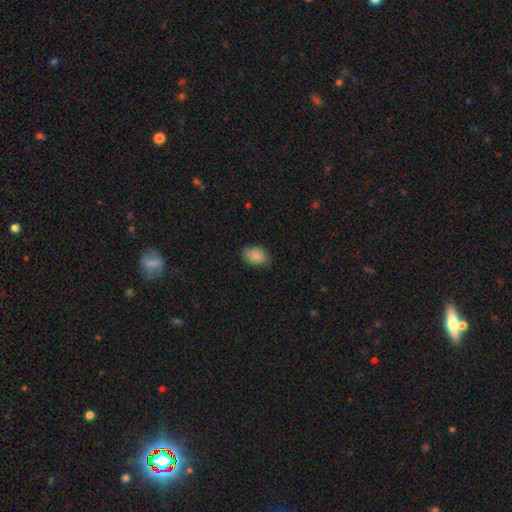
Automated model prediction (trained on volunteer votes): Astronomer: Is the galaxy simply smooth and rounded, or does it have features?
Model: smooth — 85%.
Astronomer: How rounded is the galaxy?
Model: in between — 79%.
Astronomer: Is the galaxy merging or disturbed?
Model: none — 79%.